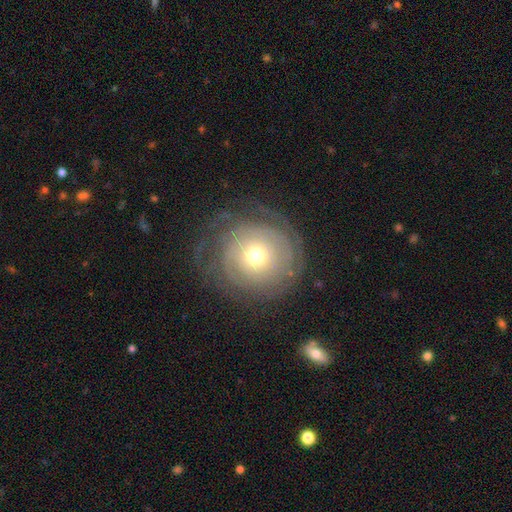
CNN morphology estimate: A featured or disk galaxy (64%) with no bar (84%), spiral arms (76%) and a moderate central bulge (54%).

Vote fractions:
- Smooth or featured? featured or disk: 64% / smooth: 27% / star or artifact: 9%
- Edge-on disk? no: 96% / yes: 4%
- Bar? no: 84% / weak: 13% / strong: 4%
- Spiral arms? yes: 76% / no: 24%
- Bulge size? moderate: 54% / small: 36% / large: 7% / dominant: 2% / none: 1%
- Merging? none: 68% / minor disturbance: 16% / major disturbance: 15% / merger: 1%